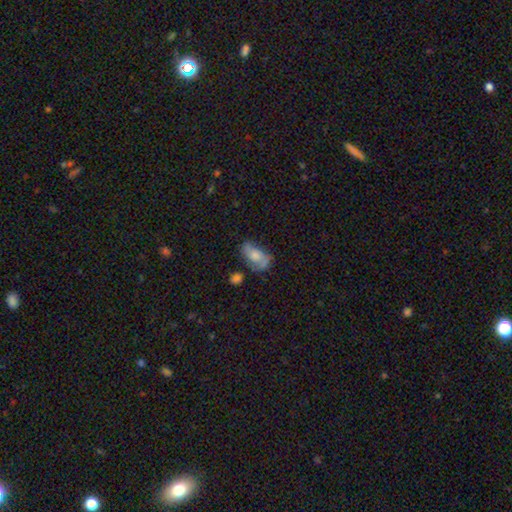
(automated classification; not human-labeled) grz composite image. It shows a smooth galaxy with no disk features (48%). Merging: none (44%).